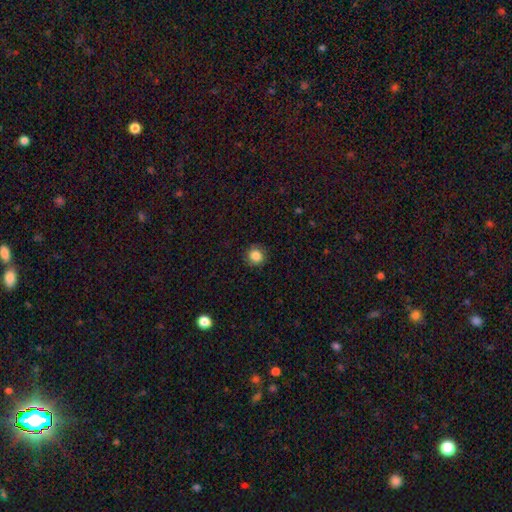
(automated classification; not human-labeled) smooth_or_featured: smooth (p=0.84) [alt: star or artifact p=0.10]
how_rounded: round (p=0.87) [alt: in between p=0.12]
merging: none (p=0.85) [alt: minor disturbance p=0.11]